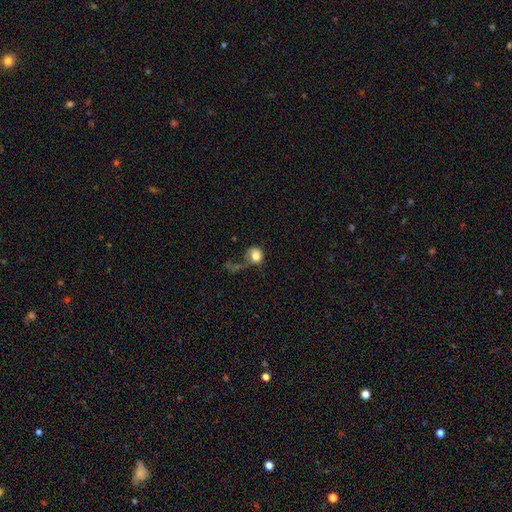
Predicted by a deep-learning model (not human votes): smooth_or_featured: smooth (p=0.77) [alt: featured or disk p=0.14]
how_rounded: round (p=0.66) [alt: in between p=0.33]
merging: major disturbance (p=0.38) [alt: none p=0.30]